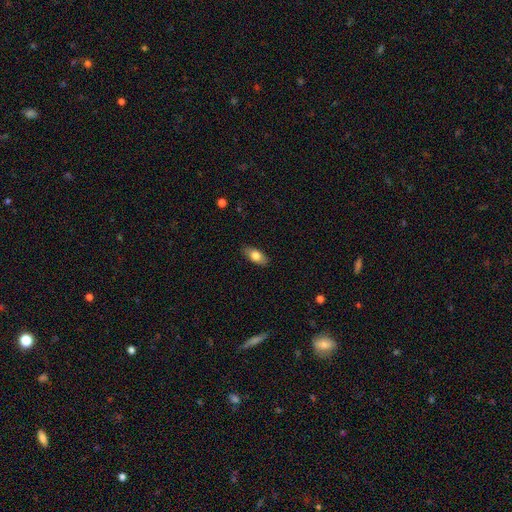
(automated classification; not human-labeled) Q: Smooth or featured?
A: smooth (76%); runner-up: featured or disk (17%)
Q: How rounded?
A: in between (87%); runner-up: cigar-shaped (9%)
Q: Merging?
A: none (87%); runner-up: minor disturbance (10%)